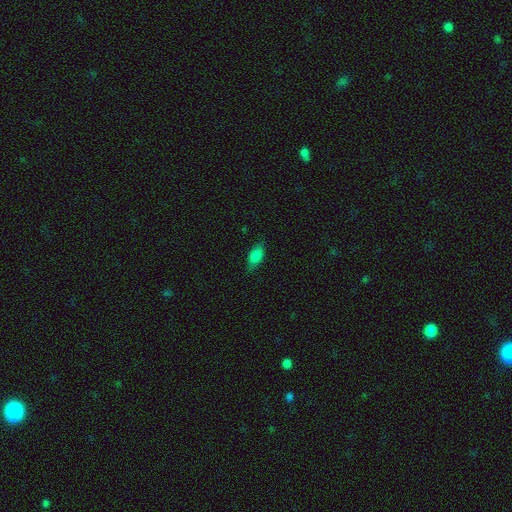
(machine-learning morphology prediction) A smooth galaxy with no disk features (79%) that is in between round and cigar-shaped (84%). Merging: none (77%).